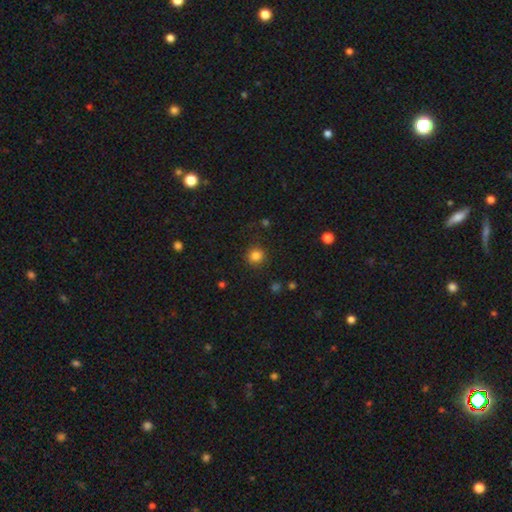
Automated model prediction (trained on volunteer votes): This is clearly a smooth galaxy (83%). How rounded: clearly round (92%). Merging: clearly none (88%).